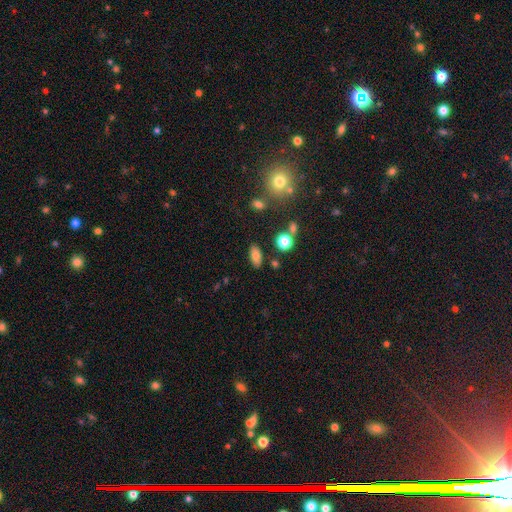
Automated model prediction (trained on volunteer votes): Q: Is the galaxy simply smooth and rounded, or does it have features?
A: smooth — 76%.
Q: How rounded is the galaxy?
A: in between — 83%.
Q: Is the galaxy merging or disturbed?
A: none — 84%.